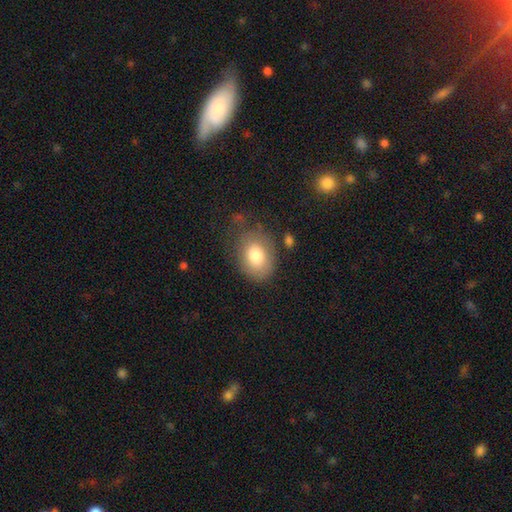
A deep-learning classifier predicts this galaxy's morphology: A smooth galaxy with no disk features (80%) that is in between round and cigar-shaped (66%).

Vote fractions:
- Smooth or featured? smooth: 80% / featured or disk: 12% / star or artifact: 8%
- How rounded? in between: 66% / round: 33% / cigar-shaped: 1%
- Merging? none: 64% / minor disturbance: 21% / major disturbance: 11% / merger: 3%